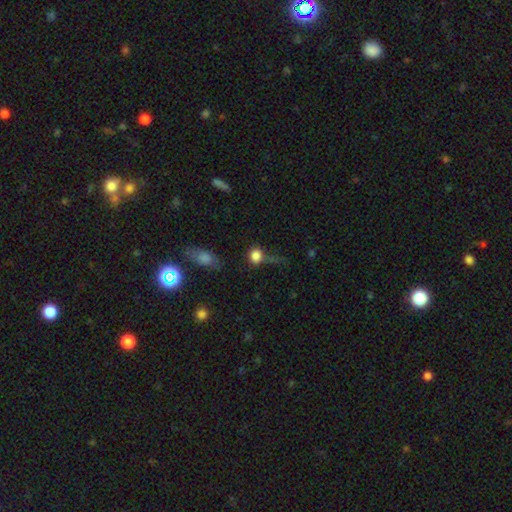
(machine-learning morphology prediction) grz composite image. It shows a smooth galaxy with no disk features (82%) that is round (73%). Merging: none (50%).